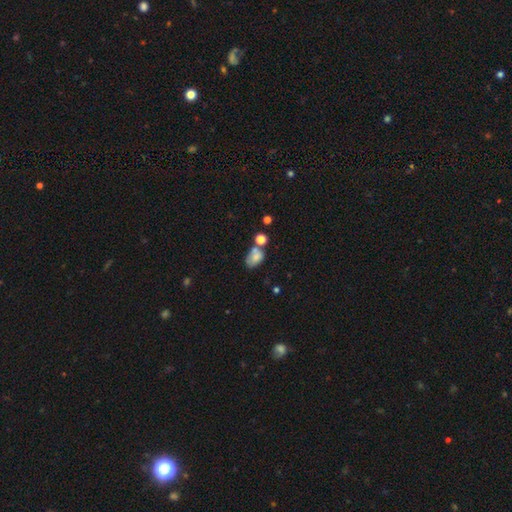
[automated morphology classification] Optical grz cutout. It shows a smooth galaxy with no disk features (74%) that is in between round and cigar-shaped (83%). Merging: none (40%).